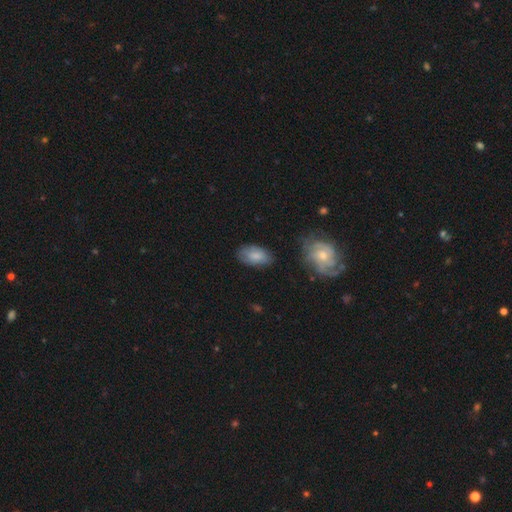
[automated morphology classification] smooth_or_featured: smooth (p=0.78) [alt: featured or disk p=0.16]
how_rounded: in between (p=0.93) [alt: round p=0.04]
merging: none (p=0.73) [alt: minor disturbance p=0.20]